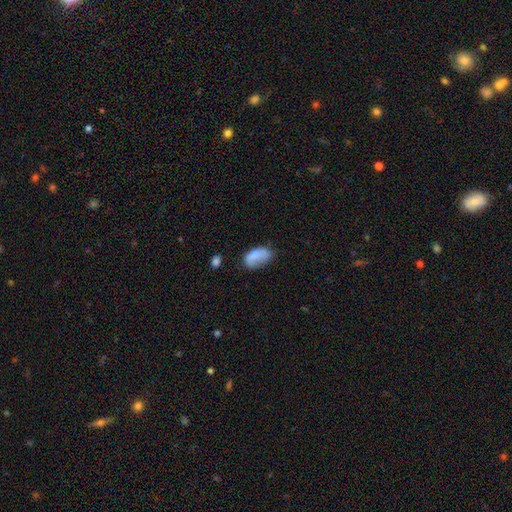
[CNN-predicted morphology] smooth 79%, featured or disk 13%, star or artifact 8%. Down the decision tree: how rounded — in between (93%); merging — none (48%).